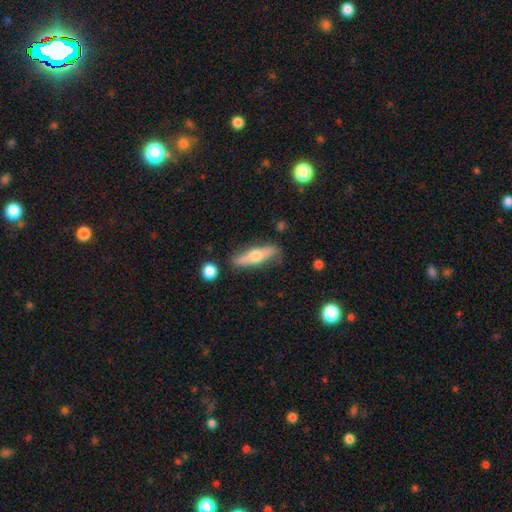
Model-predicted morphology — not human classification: featured or disk 54%, smooth 40%, star or artifact 6%. Down the decision tree: edge-on disk — yes (87%); merging — none (81%).